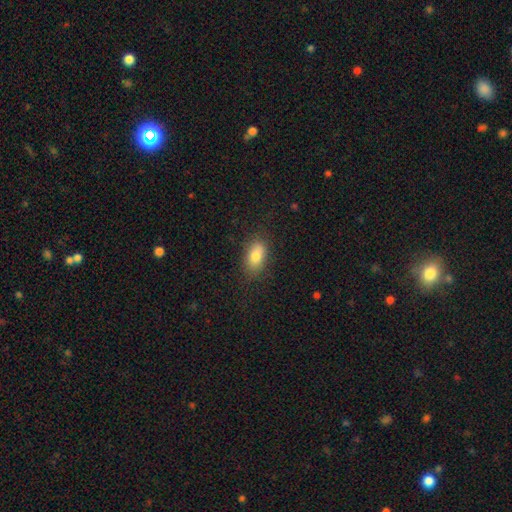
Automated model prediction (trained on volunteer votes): smooth_or_featured: smooth (p=0.82) [alt: featured or disk p=0.10]
how_rounded: in between (p=0.89) [alt: round p=0.08]
merging: none (p=0.80) [alt: minor disturbance p=0.14]